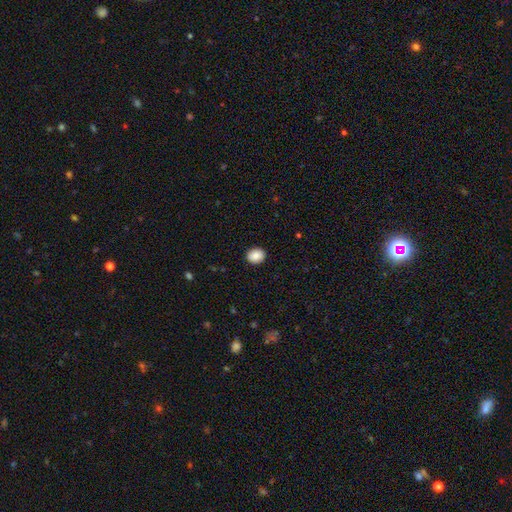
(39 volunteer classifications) Smooth or featured? smooth (85%)
How rounded? round (67%)
Merging? none (92%)